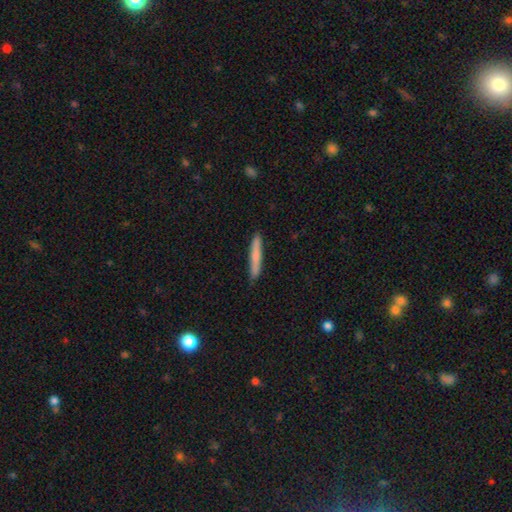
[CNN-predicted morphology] A smooth galaxy with no disk features (72%) that is cigar-shaped (95%).

Vote fractions:
- Smooth or featured? smooth: 72% / featured or disk: 22% / star or artifact: 6%
- How rounded? cigar-shaped: 95% / in between: 4% / round: 1%
- Merging? none: 87% / minor disturbance: 10% / major disturbance: 2% / merger: 1%